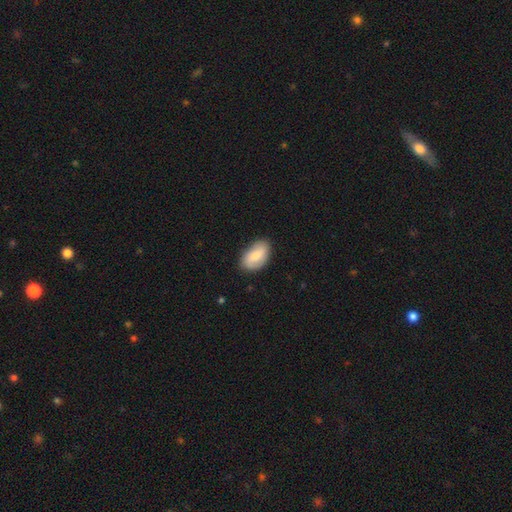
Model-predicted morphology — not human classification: smooth-or-featured: smooth: 64% | featured or disk: 30% | star or artifact: 6%
  how-rounded: in between: 92% | round: 6% | cigar-shaped: 2%
  merging: none: 82% | minor disturbance: 14% | major disturbance: 3% | merger: 1%